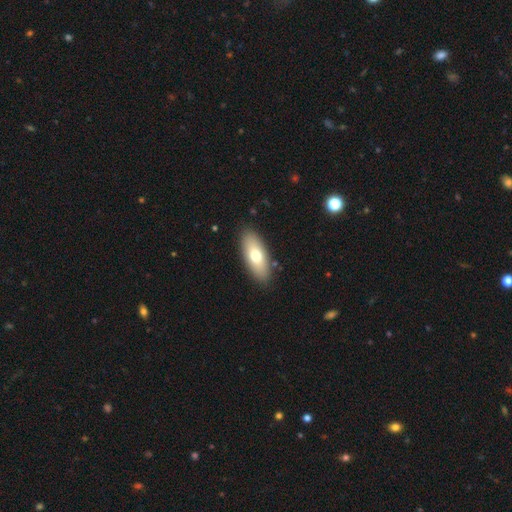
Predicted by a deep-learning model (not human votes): Smooth or featured? Predicted: smooth (p=0.70). How rounded? Predicted: in between (p=0.82). Merging? Predicted: none (p=0.88).